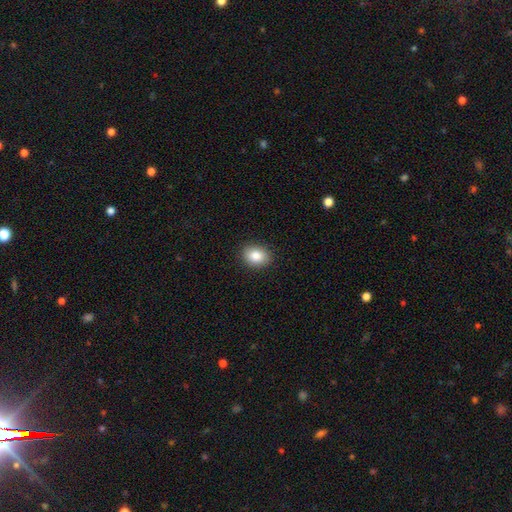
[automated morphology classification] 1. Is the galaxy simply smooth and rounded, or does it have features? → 85% smooth, 9% star or artifact, 6% featured or disk.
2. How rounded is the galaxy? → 62% in between, 37% round, 1% cigar-shaped.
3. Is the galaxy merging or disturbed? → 90% none, 7% minor disturbance, 2% major disturbance, 1% merger.